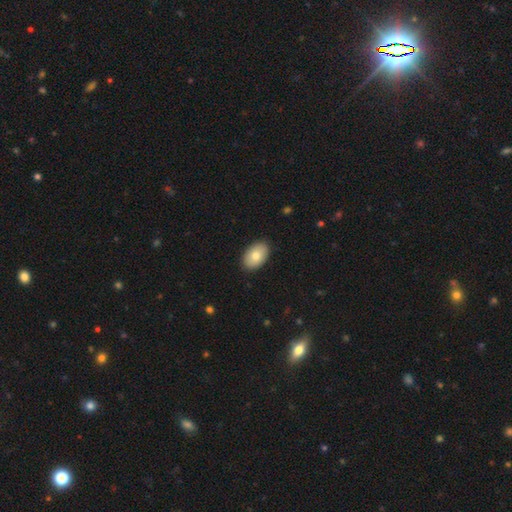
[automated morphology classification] This is likely a smooth galaxy (79%). How rounded: clearly in between (91%). Merging: clearly none (89%).